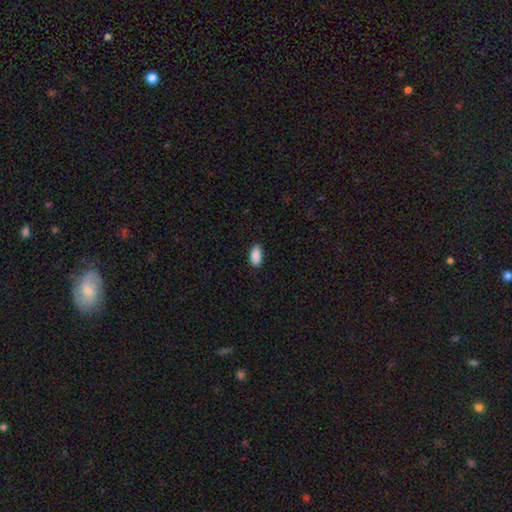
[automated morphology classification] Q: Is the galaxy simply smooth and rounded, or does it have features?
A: smooth — 90%.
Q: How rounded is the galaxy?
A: in between — 92%.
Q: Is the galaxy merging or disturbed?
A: none — 88%.